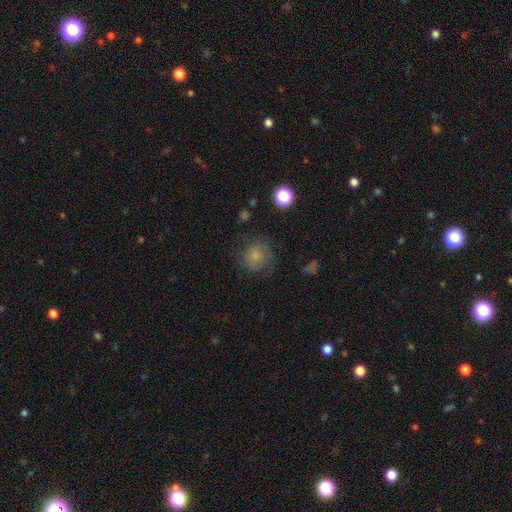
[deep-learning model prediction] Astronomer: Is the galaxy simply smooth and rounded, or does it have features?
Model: smooth — 75%.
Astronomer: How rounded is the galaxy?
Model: round — 88%.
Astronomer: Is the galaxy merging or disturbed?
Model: none — 71%.